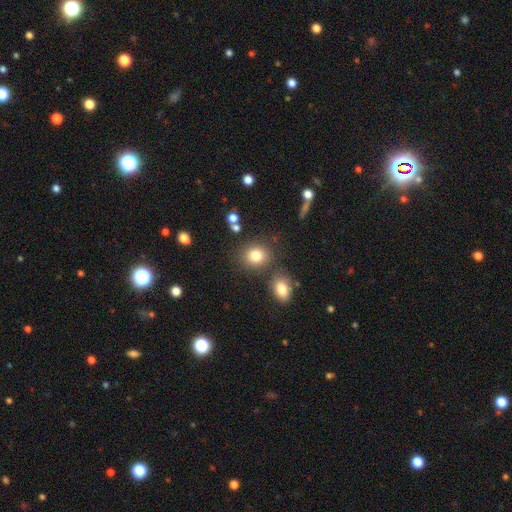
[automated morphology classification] A smooth galaxy with no disk features (82%) that is round (71%).

Vote fractions:
- Smooth or featured? smooth: 82% / star or artifact: 11% / featured or disk: 7%
- How rounded? round: 71% / in between: 28% / cigar-shaped: 1%
- Merging? none: 75% / merger: 12% / minor disturbance: 10% / major disturbance: 4%